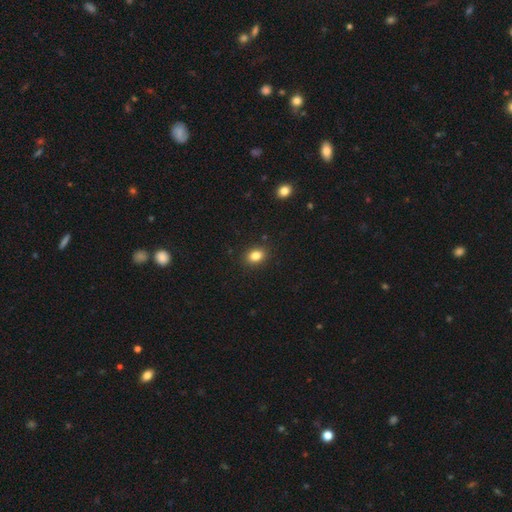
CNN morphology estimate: smooth-or-featured: smooth: 83% | star or artifact: 10% | featured or disk: 6%
  how-rounded: in between: 66% | round: 32% | cigar-shaped: 1%
  merging: none: 89% | minor disturbance: 8% | major disturbance: 2% | merger: 1%